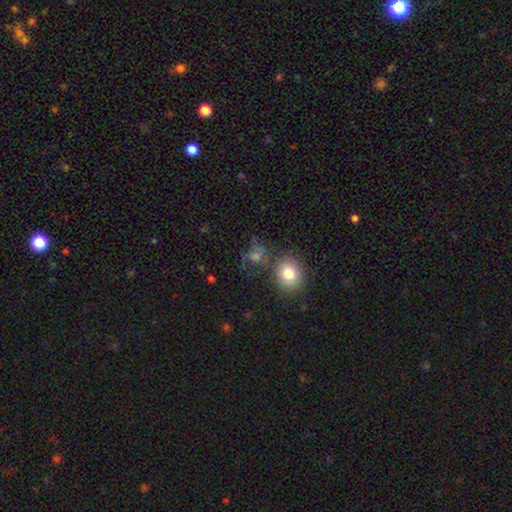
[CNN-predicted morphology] The model was most divided on "how rounded": round: 63%, in between: 35%, cigar-shaped: 2%. More confident: smooth or featured — smooth (59%); merging — none (58%).